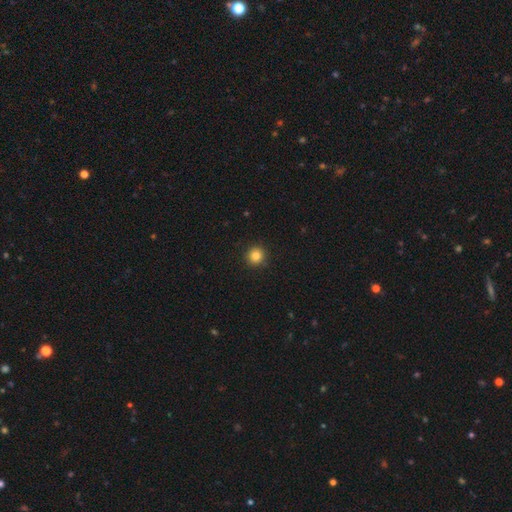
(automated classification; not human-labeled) smooth 83%, star or artifact 11%, featured or disk 5%. Down the decision tree: how rounded — round (95%); merging — none (92%).